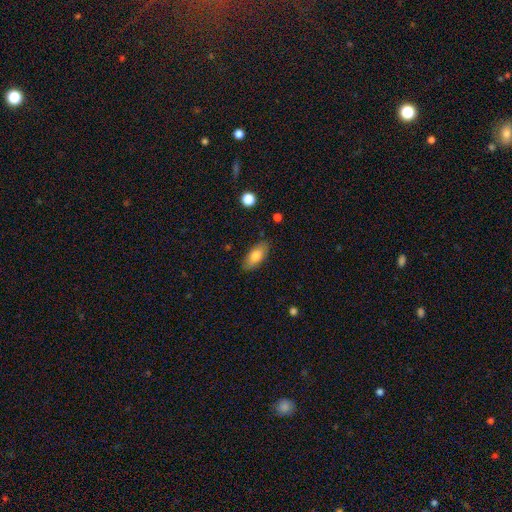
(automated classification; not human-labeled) A smooth galaxy with no disk features (78%) that is in between round and cigar-shaped (87%).

Vote fractions:
- Smooth or featured? smooth: 78% / featured or disk: 16% / star or artifact: 7%
- How rounded? in between: 87% / cigar-shaped: 10% / round: 3%
- Merging? none: 85% / minor disturbance: 11% / major disturbance: 2% / merger: 1%